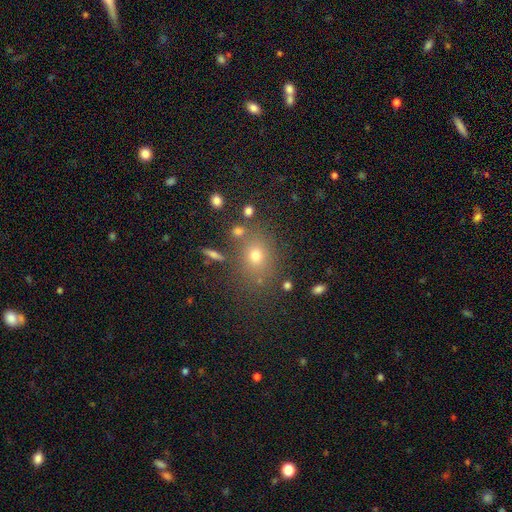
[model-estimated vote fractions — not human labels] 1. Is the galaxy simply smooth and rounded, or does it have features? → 66% smooth, 21% star or artifact, 12% featured or disk.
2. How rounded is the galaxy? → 58% round, 41% in between, 1% cigar-shaped.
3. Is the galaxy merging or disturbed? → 76% none, 12% minor disturbance, 7% merger, 5% major disturbance.